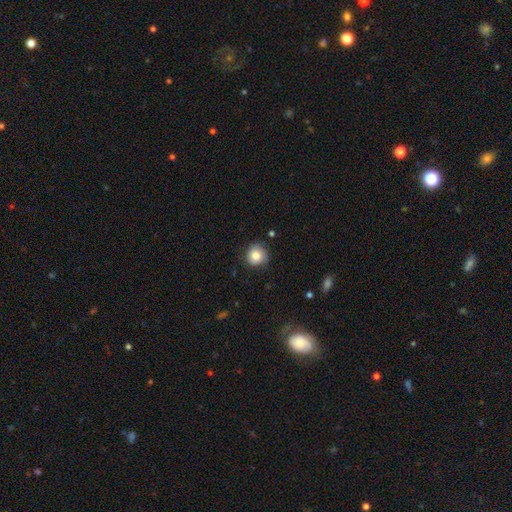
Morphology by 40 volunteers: Q: Smooth or featured?
A: smooth (82%); runner-up: featured or disk (10%)
Q: How rounded?
A: round (100%)
Q: Merging?
A: none (89%); runner-up: minor disturbance (11%)